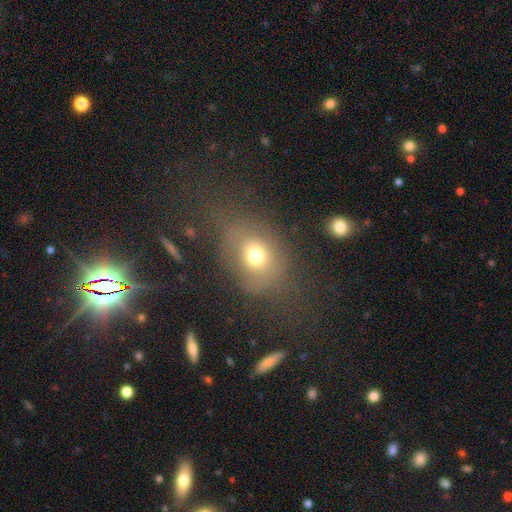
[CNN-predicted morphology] Smooth or featured? smooth (68%)
How rounded? round (58%)
Merging? none (43%)